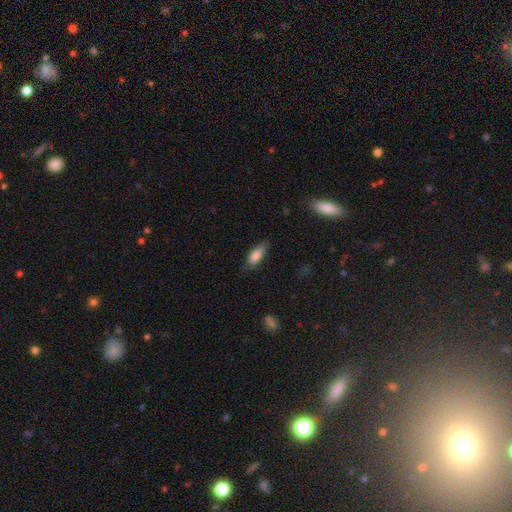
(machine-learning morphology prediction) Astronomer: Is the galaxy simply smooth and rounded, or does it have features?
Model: smooth — 81%.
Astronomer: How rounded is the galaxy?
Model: in between — 66%.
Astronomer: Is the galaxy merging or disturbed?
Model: none — 70%.